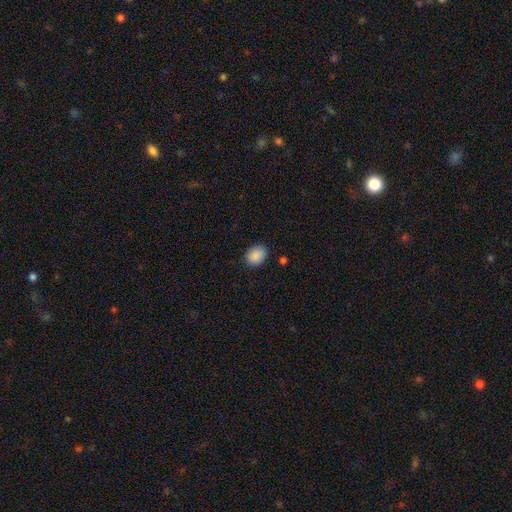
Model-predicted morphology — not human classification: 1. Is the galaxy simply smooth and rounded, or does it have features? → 89% smooth, 8% star or artifact, 3% featured or disk.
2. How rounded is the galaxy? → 61% in between, 38% round, 1% cigar-shaped.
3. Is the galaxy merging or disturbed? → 86% none, 11% minor disturbance, 3% major disturbance, 1% merger.